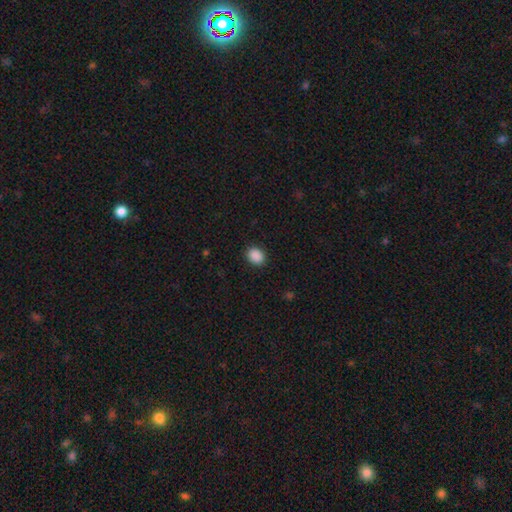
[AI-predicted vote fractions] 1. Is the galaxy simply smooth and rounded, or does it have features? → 89% smooth, 9% star or artifact, 2% featured or disk.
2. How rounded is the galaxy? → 56% in between, 43% round, 1% cigar-shaped.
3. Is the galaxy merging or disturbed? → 89% none, 8% minor disturbance, 2% major disturbance, 1% merger.